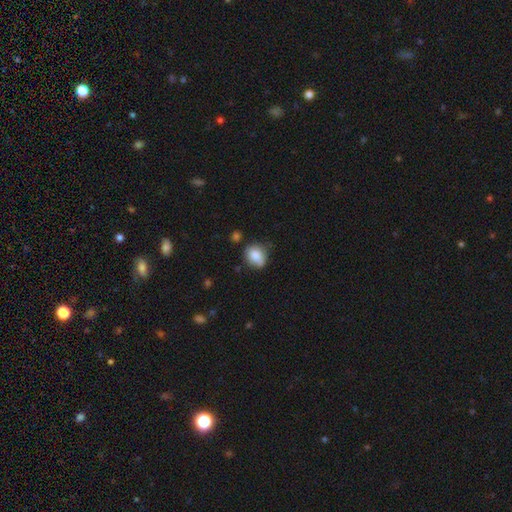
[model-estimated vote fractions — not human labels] smooth_or_featured: smooth (p=0.82) [alt: featured or disk p=0.09]
how_rounded: round (p=0.58) [alt: in between p=0.41]
merging: none (p=0.61) [alt: minor disturbance p=0.28]